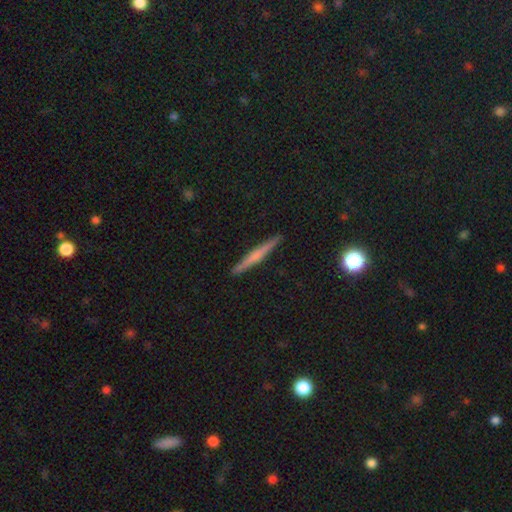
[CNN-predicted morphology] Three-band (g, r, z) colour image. It shows a featured or disk galaxy (53%) viewed edge-on (98%) with a rounded central bulge (51%). Merging: none (91%).